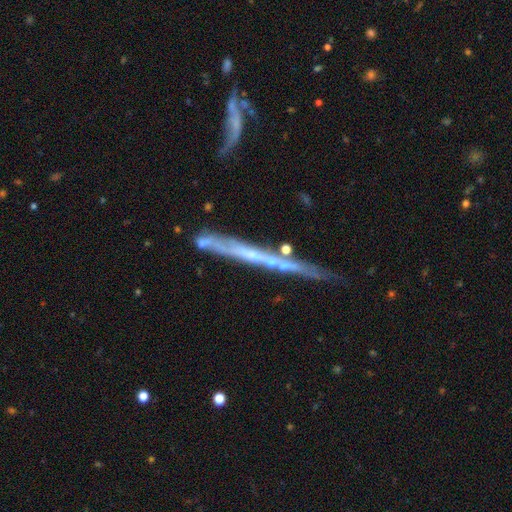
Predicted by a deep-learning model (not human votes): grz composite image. It shows a featured or disk galaxy (69%) viewed edge-on (90%) with no central bulge (77%). Merging: none (66%).